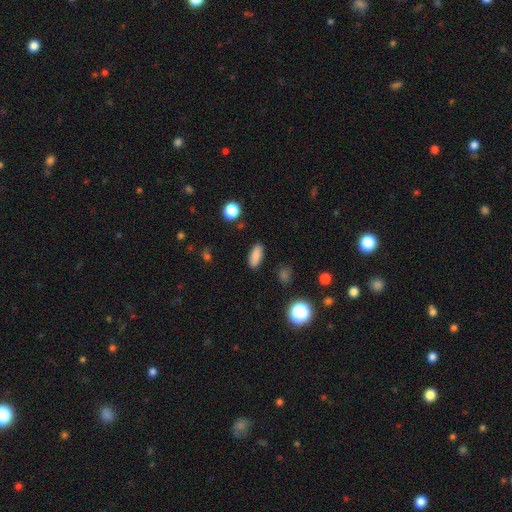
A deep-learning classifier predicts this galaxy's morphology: Smooth or featured: smooth — 85% (star or artifact — 9%)
How rounded: in between — 79% (cigar-shaped — 17%)
Merging: none — 88% (minor disturbance — 8%)